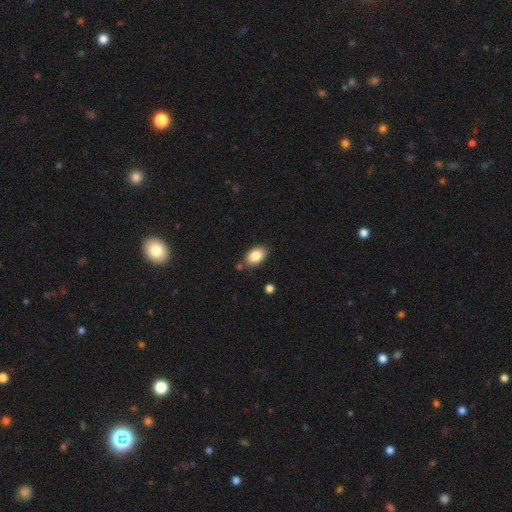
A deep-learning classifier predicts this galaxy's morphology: This appears to be a smooth galaxy with no disk features (86%) that is in between round and cigar-shaped (88%). Merging: none (77%).